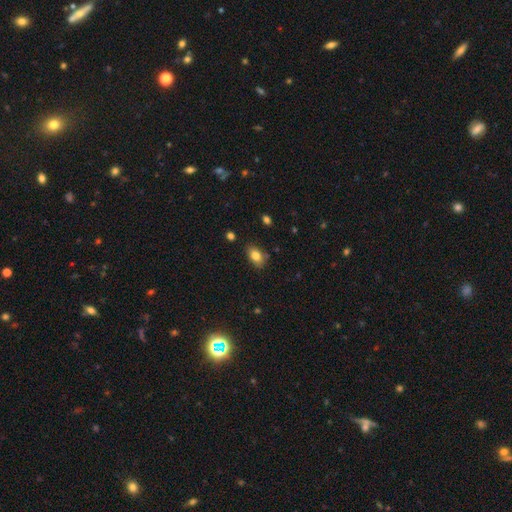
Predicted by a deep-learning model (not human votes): smooth 82%, featured or disk 10%, star or artifact 9%. Down the decision tree: how rounded — in between (86%); merging — none (78%).